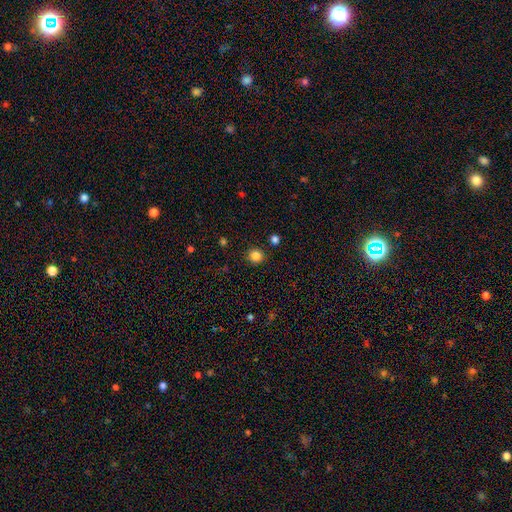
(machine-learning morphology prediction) A smooth galaxy with no disk features (84%) that is round (88%). Merging: none (89%).